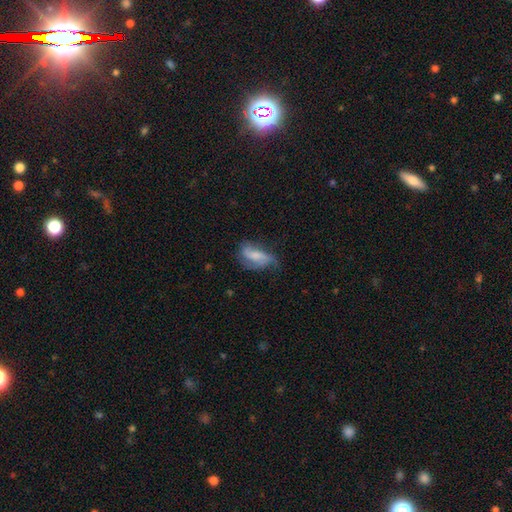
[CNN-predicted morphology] smooth_or_featured: smooth (p=0.48) [alt: featured or disk p=0.44]
merging: none (p=0.42) [alt: minor disturbance p=0.32]